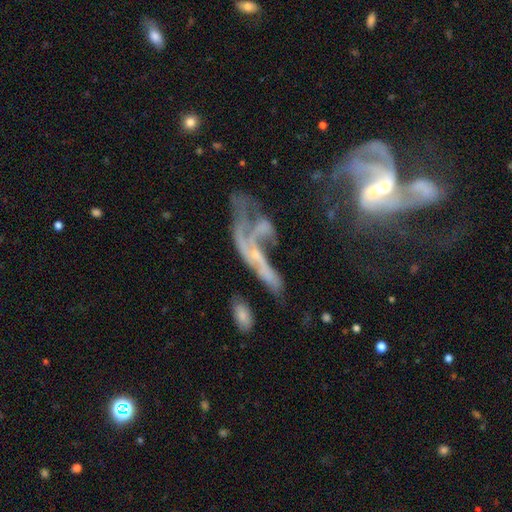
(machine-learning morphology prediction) A featured or disk galaxy (70%) with no bar (63%), spiral arms (56%) and a small central bulge (42%).

Vote fractions:
- Smooth or featured? featured or disk: 70% / smooth: 16% / star or artifact: 14%
- Edge-on disk? no: 86% / yes: 14%
- Bar? no: 63% / weak: 25% / strong: 12%
- Spiral arms? yes: 56% / no: 44%
- Bulge size? small: 42% / none: 38% / moderate: 17% / large: 2% / dominant: 2%
- Merging? merger: 38% / major disturbance: 32% / none: 18% / minor disturbance: 12%